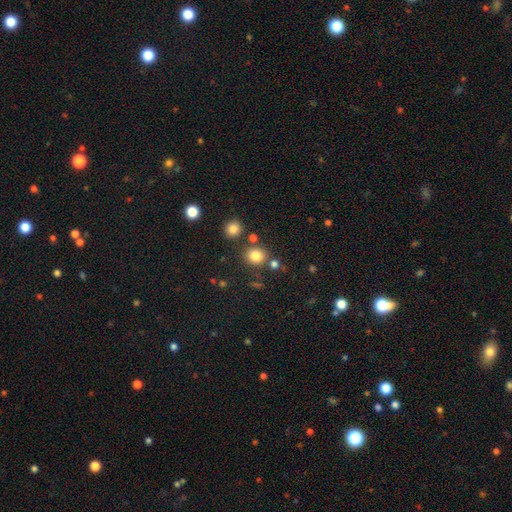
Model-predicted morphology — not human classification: A smooth galaxy with no disk features (81%) that is round (82%).

Vote fractions:
- Smooth or featured? smooth: 81% / star or artifact: 13% / featured or disk: 6%
- How rounded? round: 82% / in between: 17% / cigar-shaped: 1%
- Merging? none: 78% / merger: 9% / minor disturbance: 9% / major disturbance: 3%